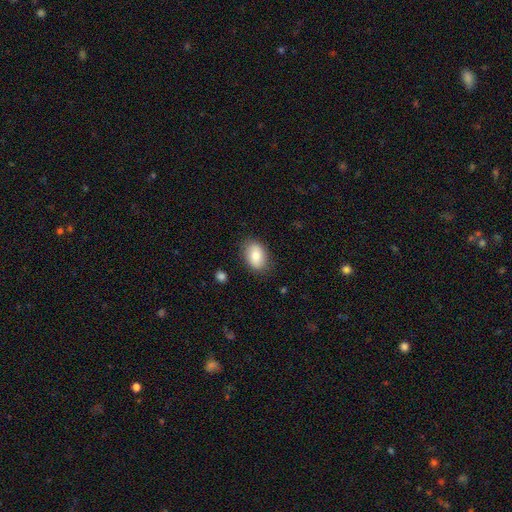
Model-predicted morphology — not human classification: A smooth galaxy with no disk features (80%) that is in between round and cigar-shaped (81%). Merging: none (84%).